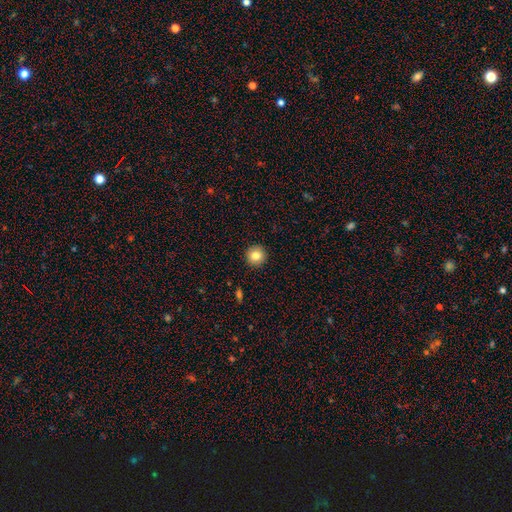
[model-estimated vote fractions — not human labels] A smooth galaxy with no disk features (84%) that is round (95%). Merging: none (93%).